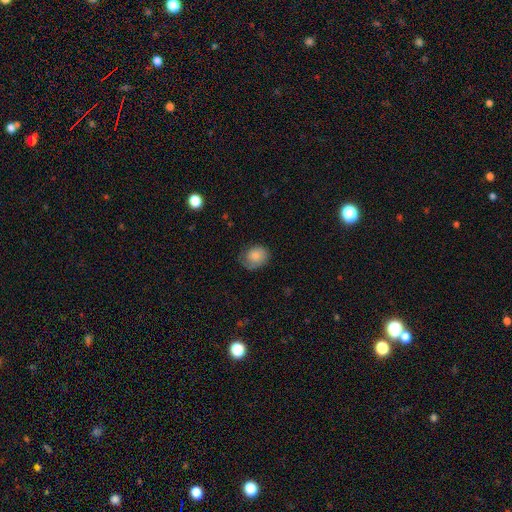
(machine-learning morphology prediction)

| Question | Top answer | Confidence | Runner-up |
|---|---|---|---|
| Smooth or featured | smooth | 81% | featured or disk (12%) |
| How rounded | round | 54% | in between (45%) |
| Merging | none | 60% | minor disturbance (29%) |